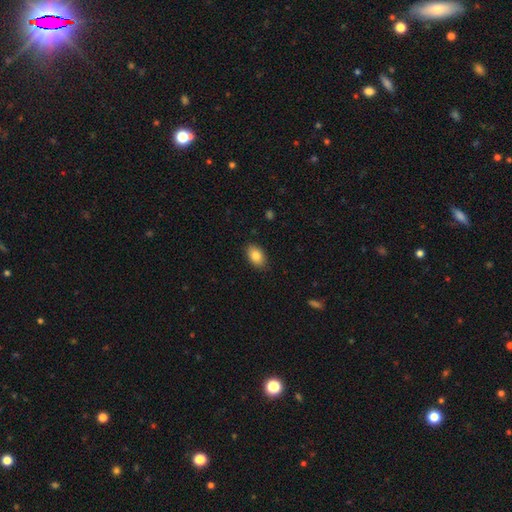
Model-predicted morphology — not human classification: smooth_or_featured: smooth (p=0.84) [alt: featured or disk p=0.08]
how_rounded: in between (p=0.89) [alt: round p=0.09]
merging: none (p=0.86) [alt: minor disturbance p=0.11]